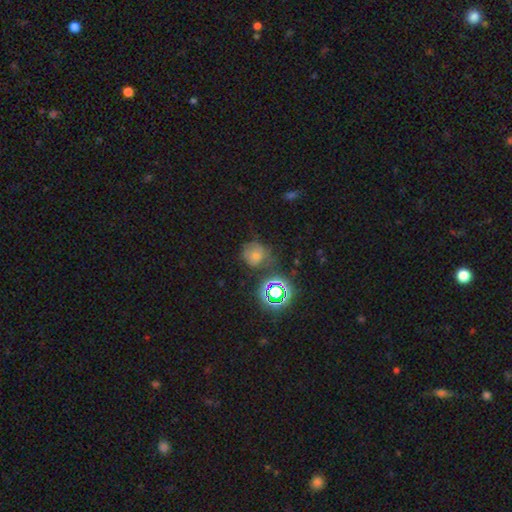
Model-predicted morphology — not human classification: Overall: smooth (43%; star or artifact 36%). Merging: none (63%).